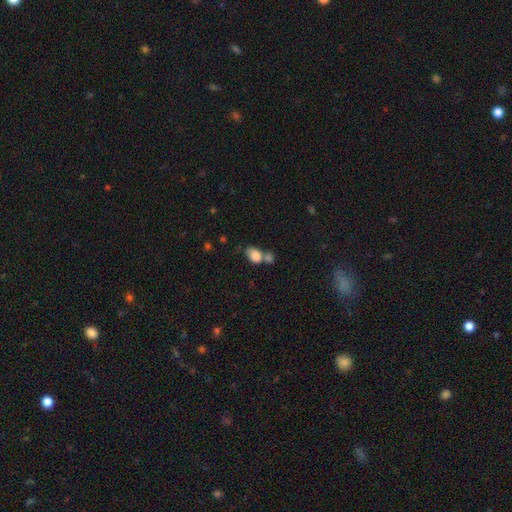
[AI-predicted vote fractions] Smooth or featured? Predicted: smooth (p=0.82). How rounded? Predicted: in between (p=0.77). Merging? Predicted: merger (p=0.53).